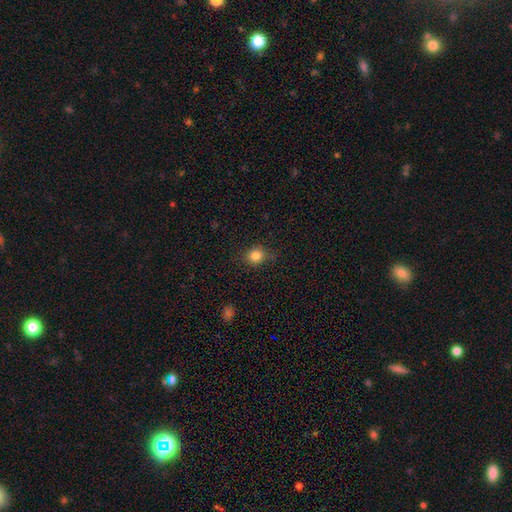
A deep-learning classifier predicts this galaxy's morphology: A smooth galaxy with no disk features (83%) that is round (79%).

Vote fractions:
- Smooth or featured? smooth: 83% / star or artifact: 11% / featured or disk: 5%
- How rounded? round: 79% / in between: 20% / cigar-shaped: 1%
- Merging? none: 83% / minor disturbance: 12% / major disturbance: 3% / merger: 1%